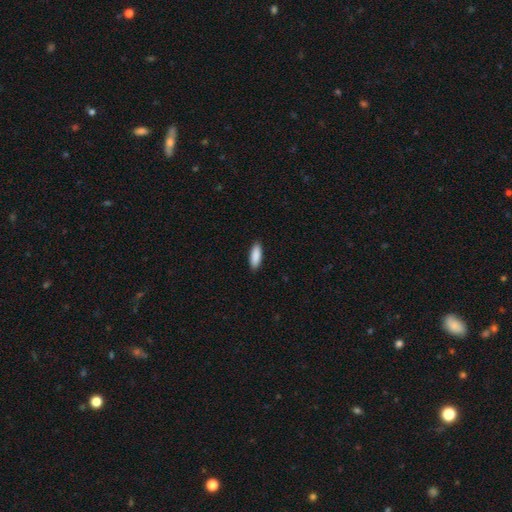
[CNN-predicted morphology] A smooth galaxy with no disk features (90%) that is in between round and cigar-shaped (61%). Merging: none (90%).